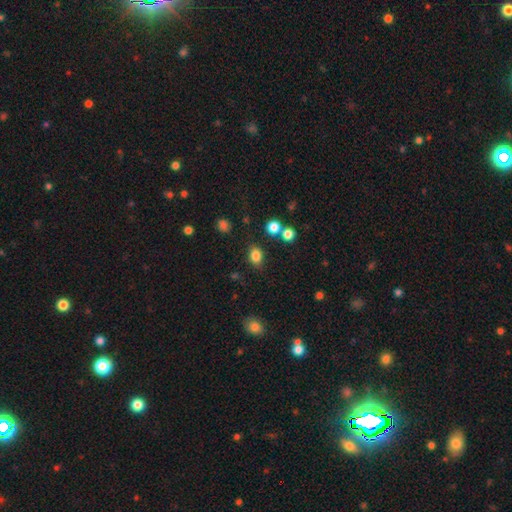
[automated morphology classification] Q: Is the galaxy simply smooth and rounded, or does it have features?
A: smooth — 82%.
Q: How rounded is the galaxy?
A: in between — 61%.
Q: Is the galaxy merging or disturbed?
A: none — 80%.